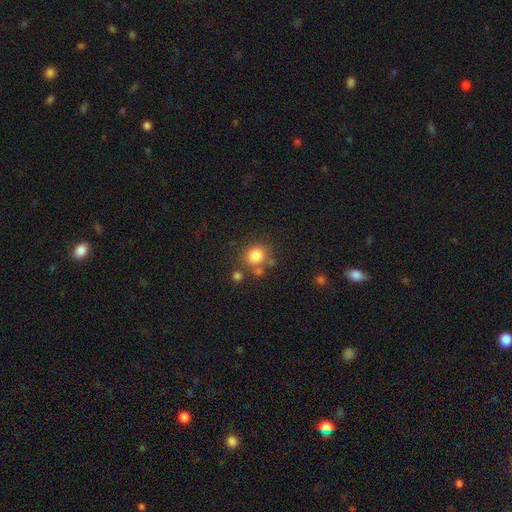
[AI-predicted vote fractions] Q: Smooth or featured?
A: smooth (82%); runner-up: star or artifact (12%)
Q: How rounded?
A: round (84%); runner-up: in between (15%)
Q: Merging?
A: none (71%); runner-up: merger (13%)